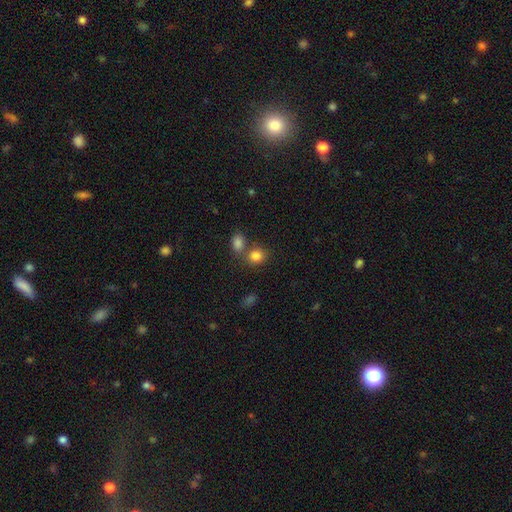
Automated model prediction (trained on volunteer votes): Smooth or featured?
  - smooth: 83% *
  - star or artifact: 11%
  - featured or disk: 6%
How rounded?
  - round: 65% *
  - in between: 34%
  - cigar-shaped: 1%
Merging?
  - none: 57% *
  - merger: 30%
  - minor disturbance: 10%
  - major disturbance: 4%